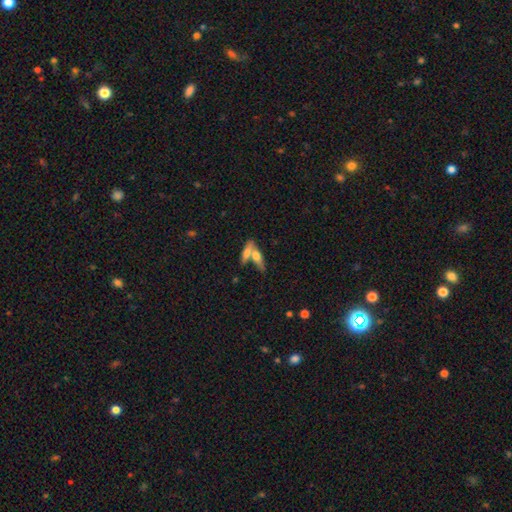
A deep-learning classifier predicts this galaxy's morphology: Overall: smooth (56%; featured or disk 37%). How rounded: cigar-shaped (50%; in between 46%). Merging: merger (53%; none 35%).